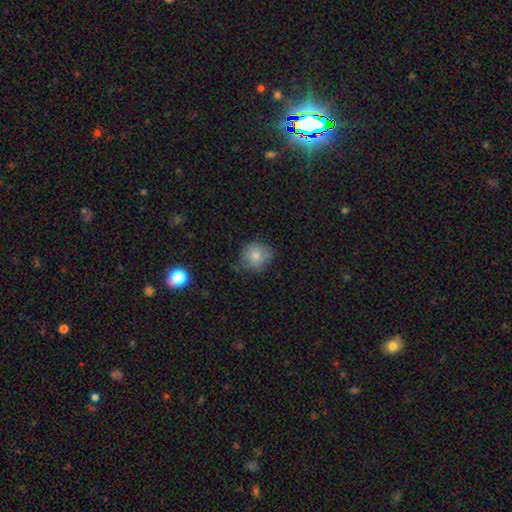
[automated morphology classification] Q: Smooth or featured?
A: smooth (81%); runner-up: featured or disk (9%)
Q: How rounded?
A: round (85%); runner-up: in between (14%)
Q: Merging?
A: none (69%); runner-up: minor disturbance (24%)